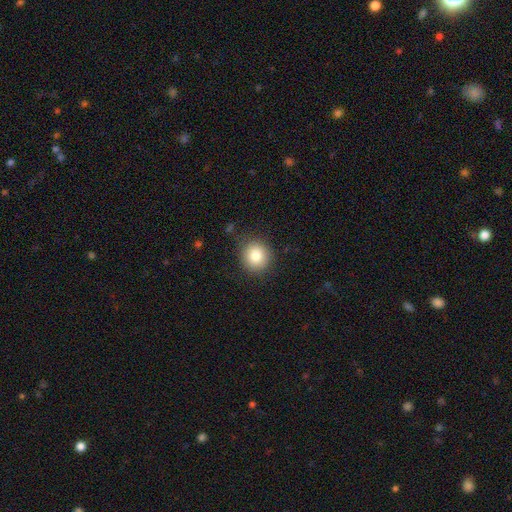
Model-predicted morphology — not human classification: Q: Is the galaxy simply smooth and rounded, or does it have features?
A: smooth — 82%.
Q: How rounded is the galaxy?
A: round — 88%.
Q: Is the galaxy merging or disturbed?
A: none — 86%.